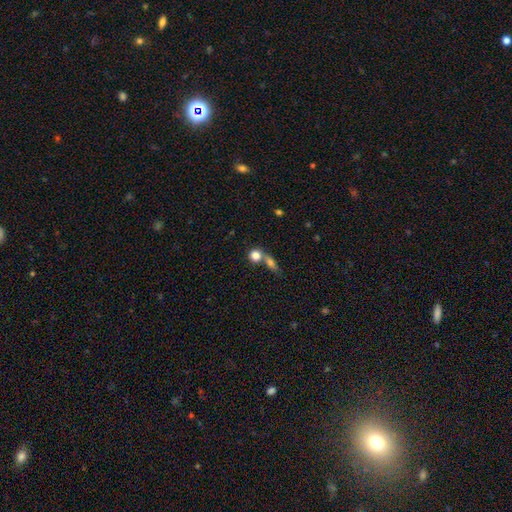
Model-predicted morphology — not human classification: Smooth or featured? Predicted: smooth (p=0.81). How rounded? Predicted: round (p=0.77). Merging? Predicted: merger (p=0.49).